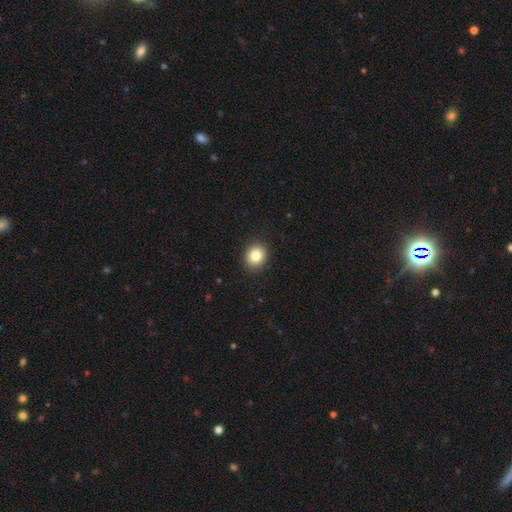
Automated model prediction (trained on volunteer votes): A smooth galaxy with no disk features (83%) that is round (76%). Merging: none (91%).